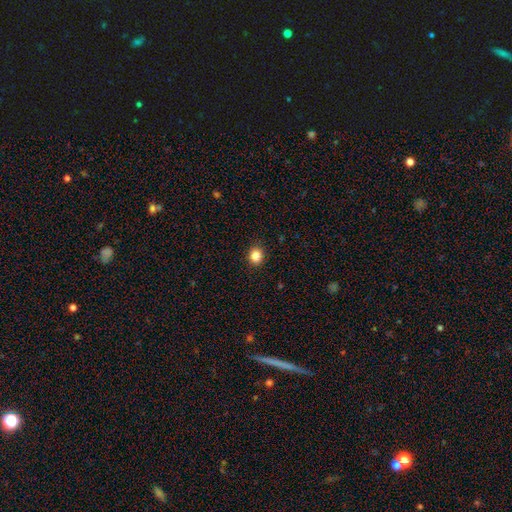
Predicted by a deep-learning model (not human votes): Overall: smooth (86%). How rounded: round (80%). Merging: none (91%).